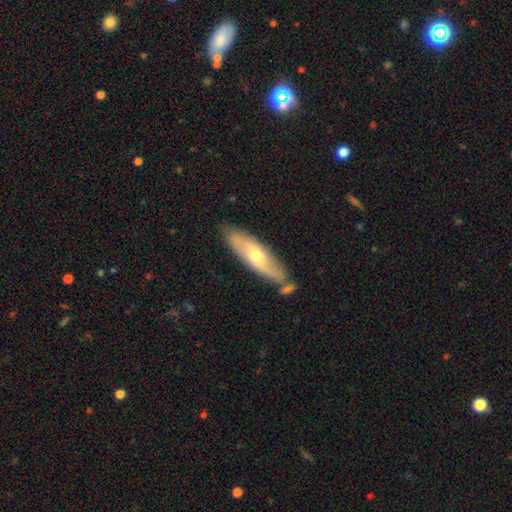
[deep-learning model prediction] This appears to be a featured or disk galaxy (51%). Merging: none (70%).